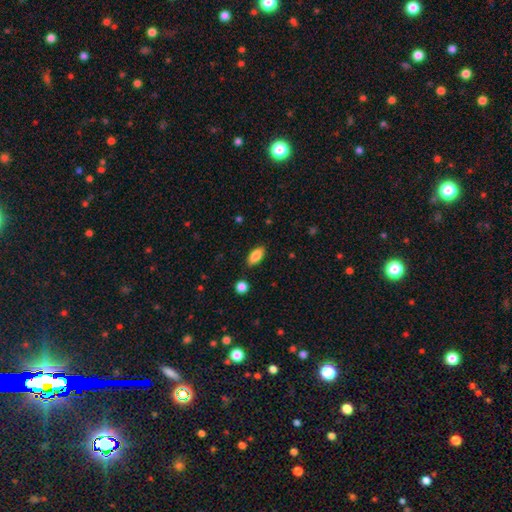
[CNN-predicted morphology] Q: Smooth or featured?
A: smooth (84%); runner-up: featured or disk (9%)
Q: How rounded?
A: in between (88%); runner-up: cigar-shaped (9%)
Q: Merging?
A: none (86%); runner-up: minor disturbance (10%)